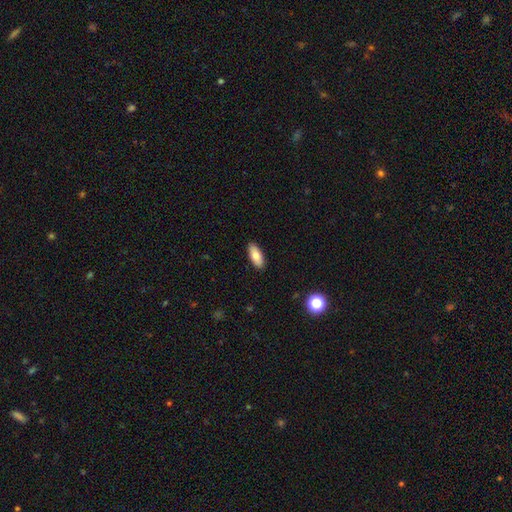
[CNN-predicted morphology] smooth-or-featured: smooth: 78% | featured or disk: 15% | star or artifact: 6%
  how-rounded: in between: 79% | cigar-shaped: 19% | round: 2%
  merging: none: 90% | minor disturbance: 7% | major disturbance: 2% | merger: 1%